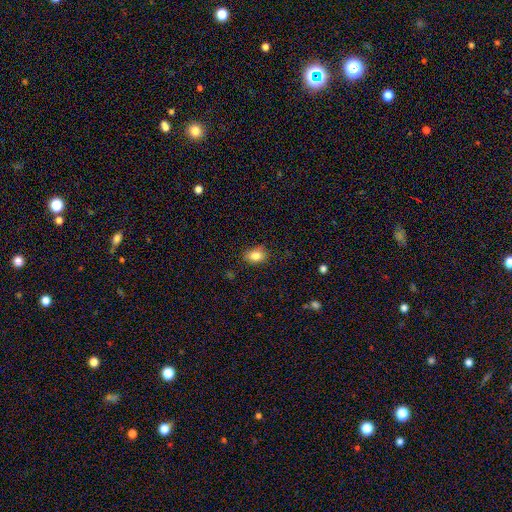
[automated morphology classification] A smooth galaxy with no disk features (84%) that is in between round and cigar-shaped (66%). Merging: none (79%).